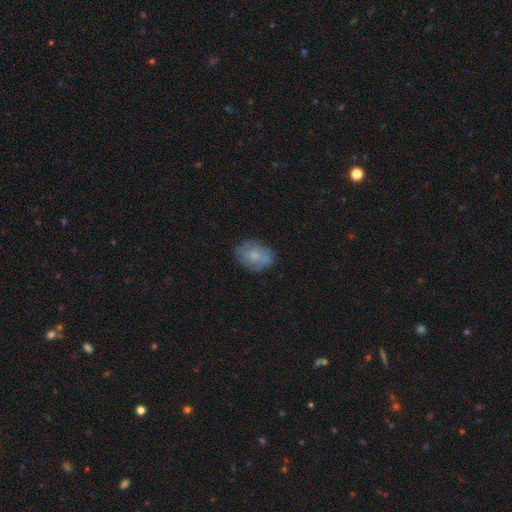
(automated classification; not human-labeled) smooth-or-featured: smooth: 63% | featured or disk: 29% | star or artifact: 7%
  how-rounded: in between: 74% | round: 25% | cigar-shaped: 1%
  merging: none: 73% | minor disturbance: 20% | major disturbance: 5% | merger: 2%